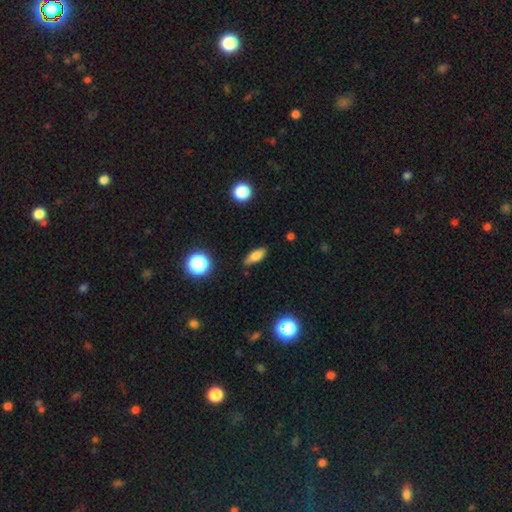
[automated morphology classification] Overall: smooth (74%). How rounded: in between (73%). Merging: none (83%).